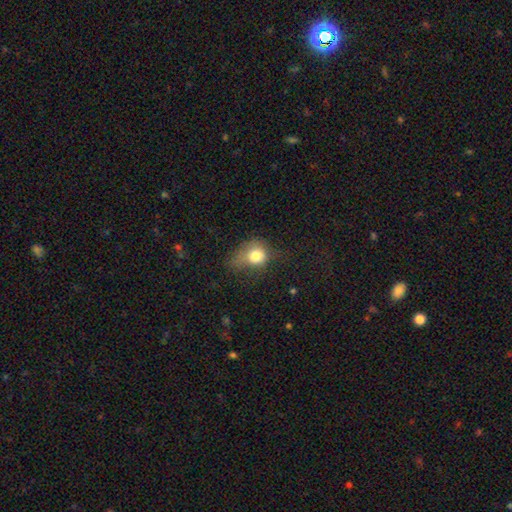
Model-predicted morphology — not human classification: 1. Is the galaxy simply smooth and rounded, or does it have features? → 75% smooth, 13% featured or disk, 12% star or artifact.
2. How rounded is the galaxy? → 58% round, 40% in between, 2% cigar-shaped.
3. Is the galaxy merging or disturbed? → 36% major disturbance, 33% minor disturbance, 27% none, 3% merger.